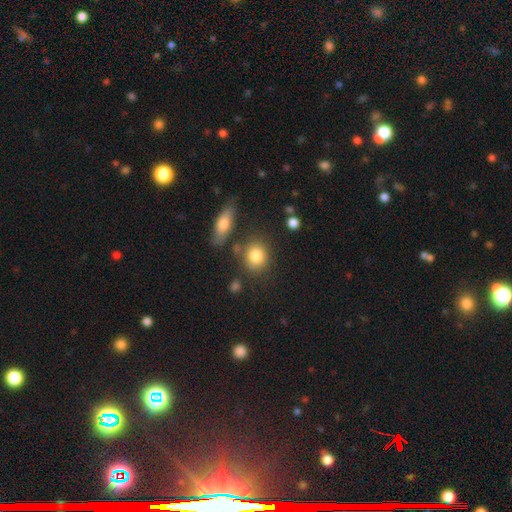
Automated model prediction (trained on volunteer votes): smooth_or_featured: smooth (p=0.83) [alt: star or artifact p=0.09]
how_rounded: round (p=0.63) [alt: in between p=0.35]
merging: none (p=0.71) [alt: minor disturbance p=0.14]